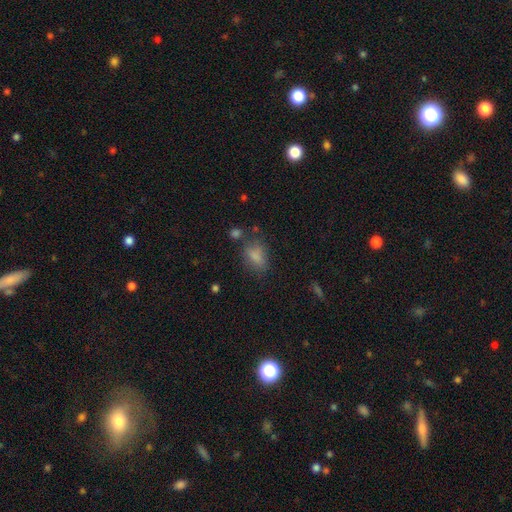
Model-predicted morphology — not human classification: Q: Smooth or featured?
A: smooth (78%); runner-up: star or artifact (12%)
Q: How rounded?
A: in between (81%); runner-up: round (16%)
Q: Merging?
A: none (60%); runner-up: minor disturbance (22%)